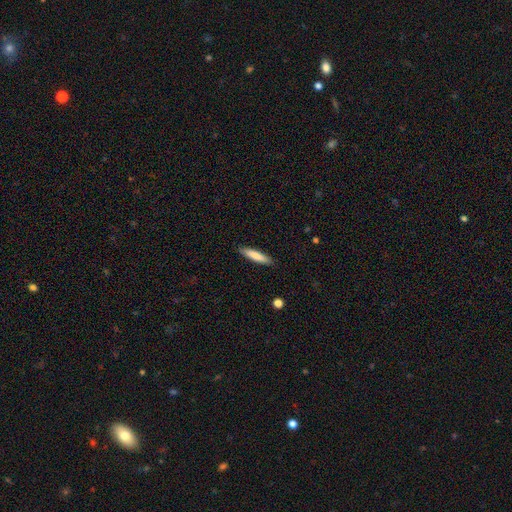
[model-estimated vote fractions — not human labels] The model was most divided on "smooth or featured": smooth: 79%, featured or disk: 15%, star or artifact: 6%. More confident: merging — none (90%); how rounded — cigar-shaped (84%).